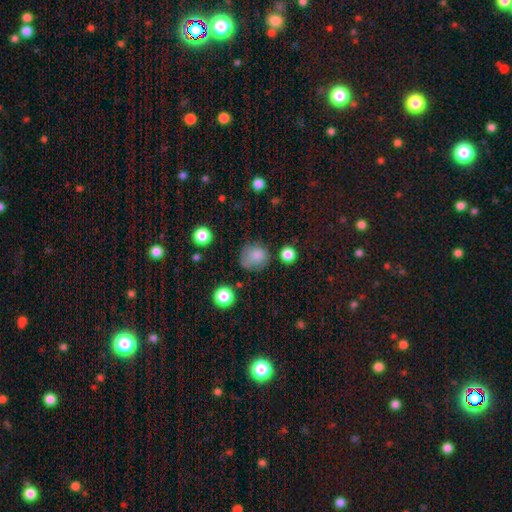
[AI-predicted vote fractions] Smooth or featured?
  - smooth: 80% *
  - star or artifact: 12%
  - featured or disk: 8%
How rounded?
  - round: 78% *
  - in between: 21%
  - cigar-shaped: 1%
Merging?
  - none: 56% *
  - minor disturbance: 27%
  - major disturbance: 13%
  - merger: 4%